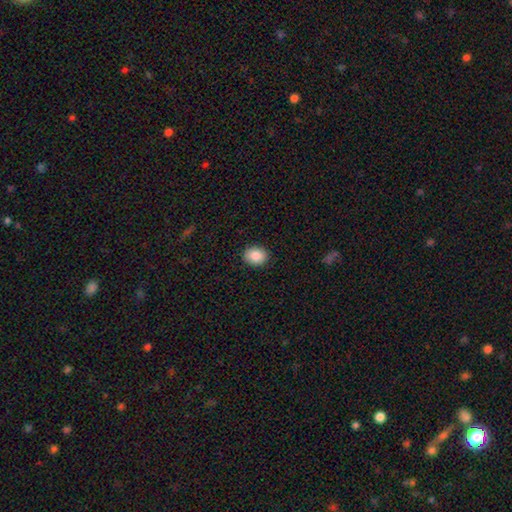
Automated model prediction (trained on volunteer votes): smooth-or-featured: smooth: 88% | star or artifact: 8% | featured or disk: 4%
  how-rounded: round: 52% | in between: 47% | cigar-shaped: 1%
  merging: none: 89% | minor disturbance: 8% | major disturbance: 2% | merger: 1%